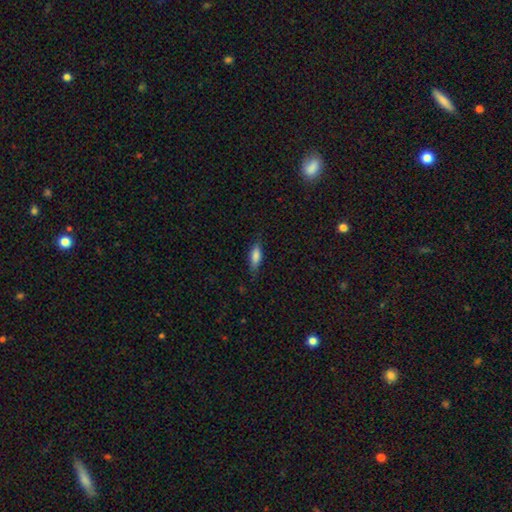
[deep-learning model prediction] Smooth or featured? Predicted: smooth (p=0.79). How rounded? Predicted: in between (p=0.60). Merging? Predicted: none (p=0.73).